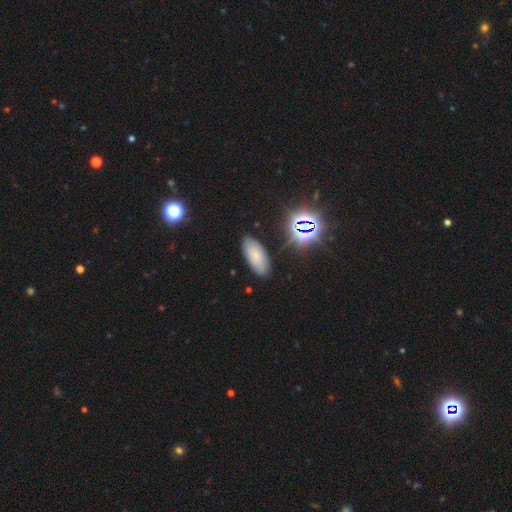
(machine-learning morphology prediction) Smooth or featured? smooth (65%)
How rounded? in between (90%)
Merging? none (81%)